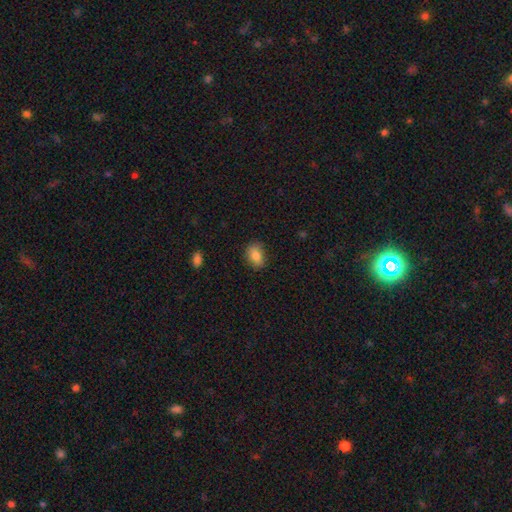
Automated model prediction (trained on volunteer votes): This is clearly a smooth galaxy (84%). How rounded: likely in between (75%). Merging: clearly none (80%).